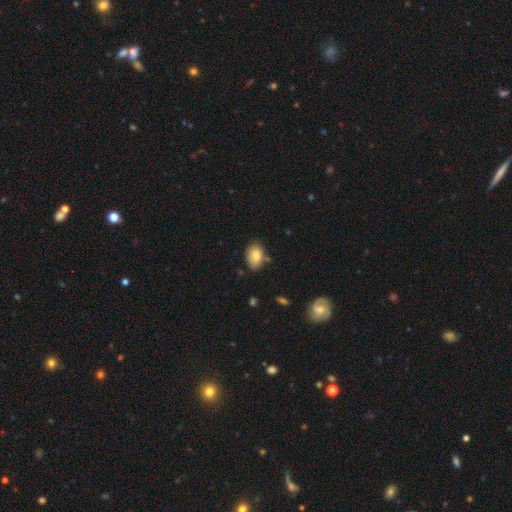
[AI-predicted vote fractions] Q: Smooth or featured?
A: smooth (81%); runner-up: featured or disk (11%)
Q: How rounded?
A: in between (89%); runner-up: round (10%)
Q: Merging?
A: none (72%); runner-up: minor disturbance (21%)